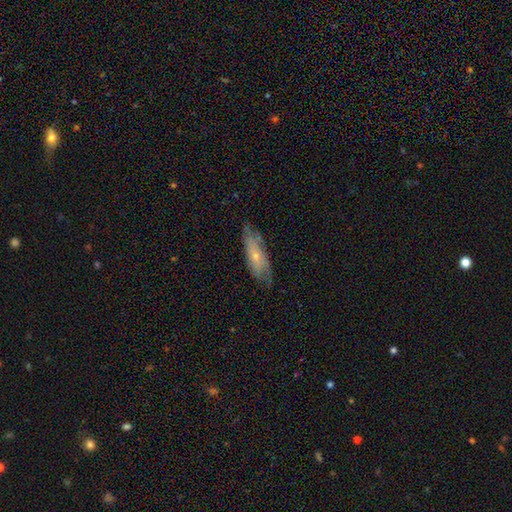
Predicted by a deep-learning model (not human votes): featured or disk 52%, smooth 42%, star or artifact 7%. Down the decision tree: edge-on disk — no (74%); merging — none (67%).